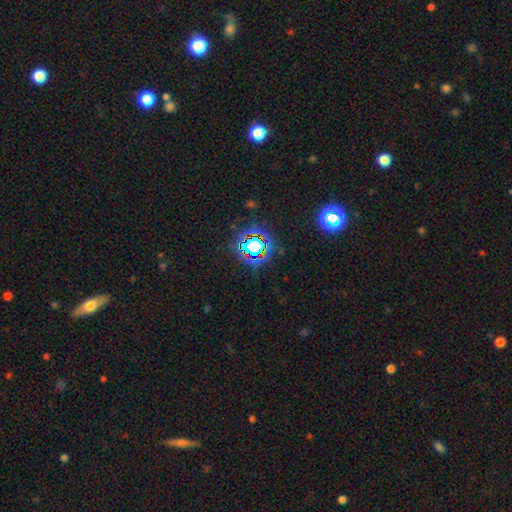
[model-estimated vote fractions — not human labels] The model was most divided on "smooth or featured": star or artifact: 78%, smooth: 13%, featured or disk: 9%.